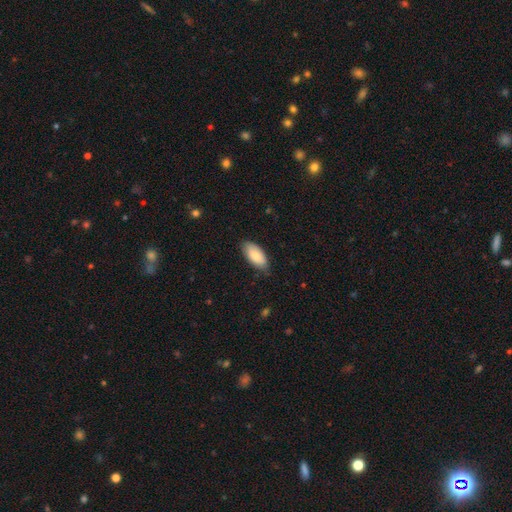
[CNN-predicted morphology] Overall: smooth (85%). How rounded: in between (93%). Merging: none (78%).